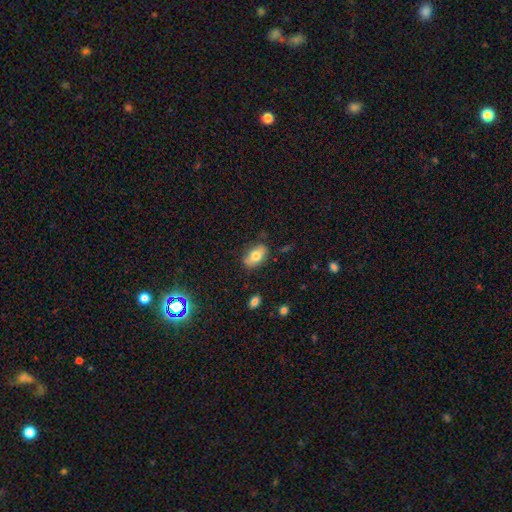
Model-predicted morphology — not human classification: This appears to be a smooth galaxy with no disk features (73%) that is in between round and cigar-shaped (89%). Merging: none (79%).